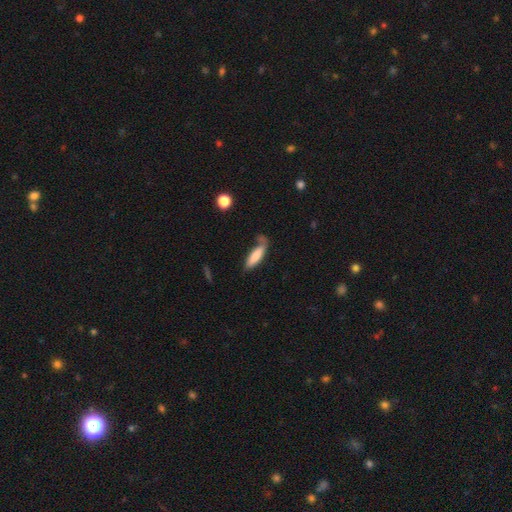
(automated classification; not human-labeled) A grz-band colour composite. It shows a smooth galaxy with no disk features (79%) that is cigar-shaped (60%). Merging: none (49%).